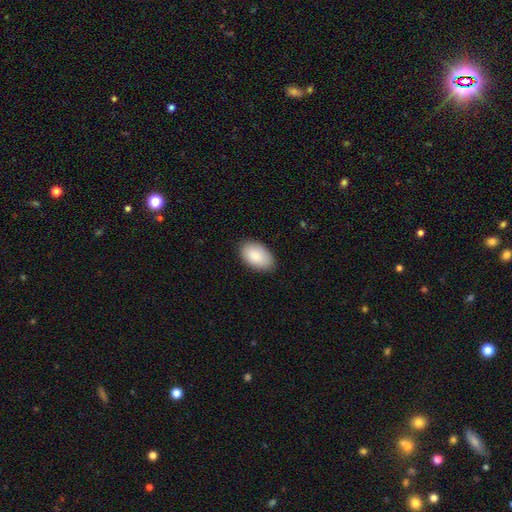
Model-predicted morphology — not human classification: The model was most divided on "merging": none: 85%, minor disturbance: 12%, major disturbance: 2%, merger: 1%. More confident: how rounded — in between (94%); smooth or featured — smooth (87%).